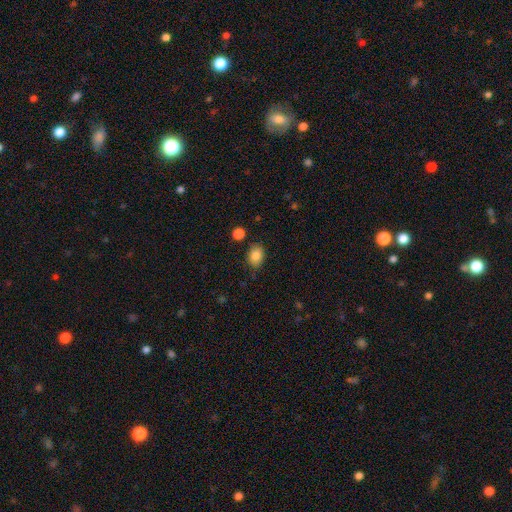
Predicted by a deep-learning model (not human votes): Smooth or featured? smooth (85%)
How rounded? in between (69%)
Merging? none (80%)